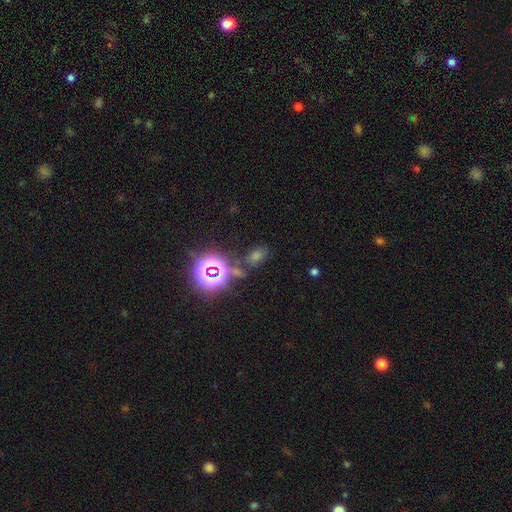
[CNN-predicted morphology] A star or artifact, not a galaxy (51%).

Vote fractions:
- Smooth or featured? star or artifact: 51% / smooth: 39% / featured or disk: 10%